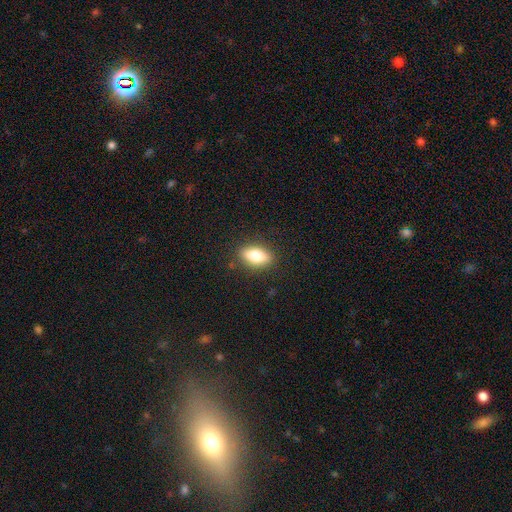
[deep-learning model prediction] A smooth galaxy with no disk features (76%) that is in between round and cigar-shaped (81%).

Vote fractions:
- Smooth or featured? smooth: 76% / featured or disk: 17% / star or artifact: 8%
- How rounded? in between: 81% / cigar-shaped: 12% / round: 6%
- Merging? none: 86% / minor disturbance: 10% / major disturbance: 3% / merger: 1%